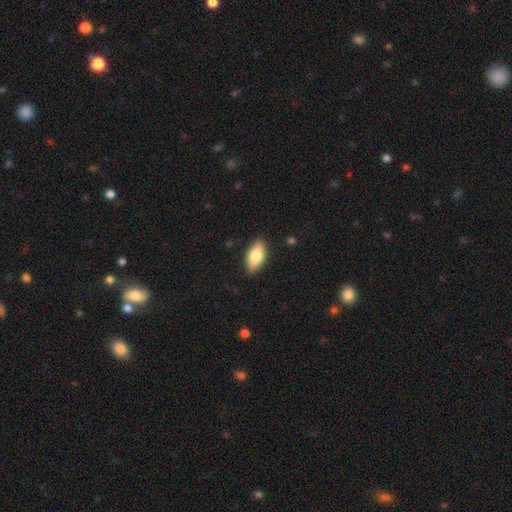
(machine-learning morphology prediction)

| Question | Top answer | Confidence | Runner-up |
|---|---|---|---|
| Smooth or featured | smooth | 82% | featured or disk (12%) |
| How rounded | in between | 92% | cigar-shaped (5%) |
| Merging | none | 87% | minor disturbance (10%) |